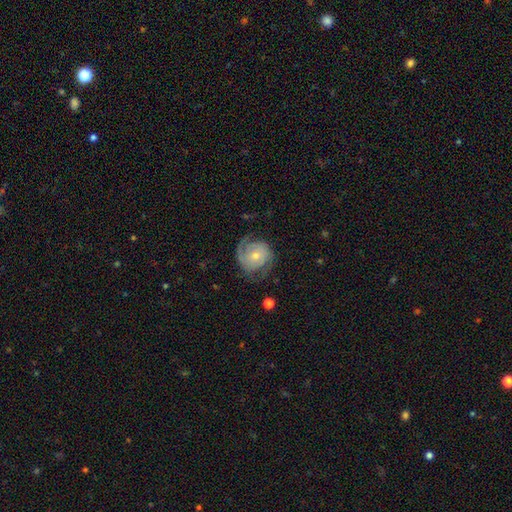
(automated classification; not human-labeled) smooth_or_featured: featured or disk (p=0.79) [alt: smooth p=0.15]
disk_edge_on: no (p=0.97) [alt: yes p=0.03]
bar: no (p=0.72) [alt: weak p=0.22]
has_spiral_arms: yes (p=0.93) [alt: no p=0.07]
spiral_winding: tight (p=0.48) [alt: medium p=0.36]
spiral_arm_count: 2 (p=0.75) [alt: can't tell p=0.10]
bulge_size: small (p=0.59) [alt: moderate p=0.36]
merging: none (p=0.67) [alt: minor disturbance p=0.18]